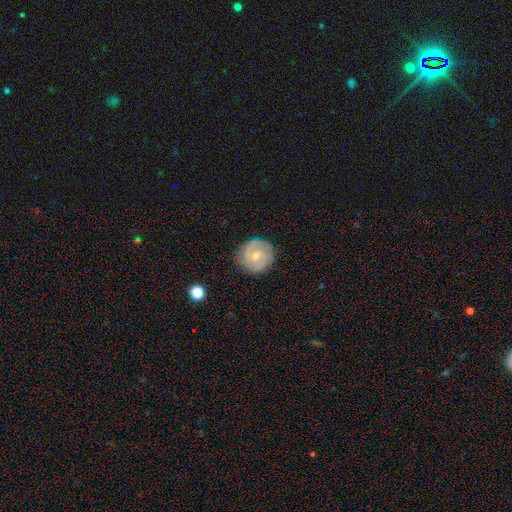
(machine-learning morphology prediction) type=featured or disk (74%); edge-on=no (98%); bar=no (61%); spiral arms=yes (90%); winding=tight (67%); arm count=2 (57%); bulge=small (51%); merging=none (83%).